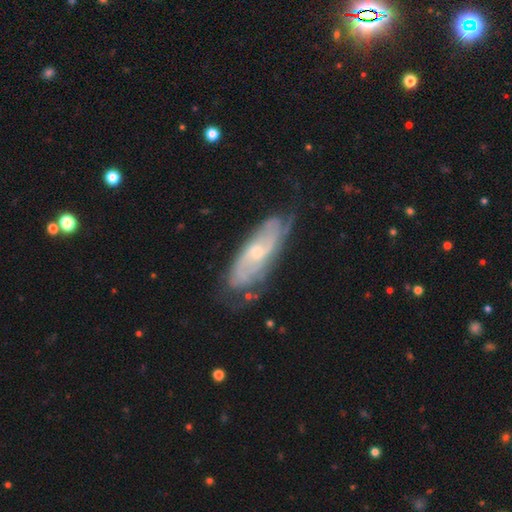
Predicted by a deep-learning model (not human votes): This appears to be a featured or disk galaxy (71%) with no bar (64%), spiral arms (83%) and a small central bulge (58%). Merging: none (71%).